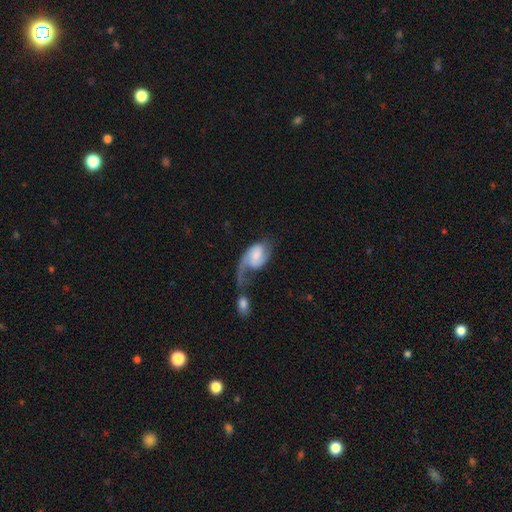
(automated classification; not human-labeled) Overall: featured or disk (63%; smooth 30%). Edge-on disk: no (97%). Bar: no (46%; weak 41%). Spiral arms: yes (88%). Spiral arm count: 2 (48%; 1 44%). Spiral winding: loose (59%; medium 29%). Bulge size: moderate (30%, tied with small). Merging: major disturbance (40%; merger 27%).